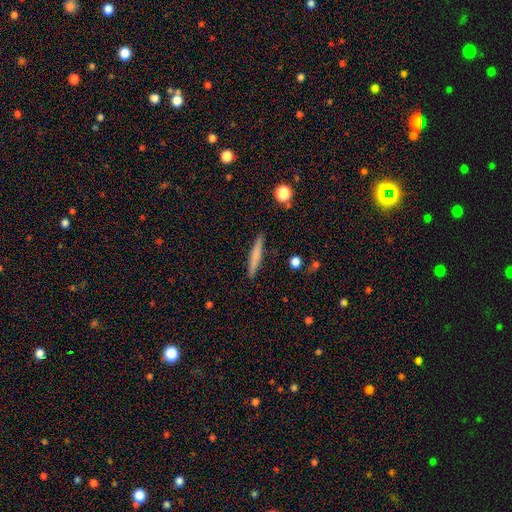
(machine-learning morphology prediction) smooth_or_featured: smooth (p=0.67) [alt: featured or disk p=0.27]
how_rounded: cigar-shaped (p=0.95) [alt: in between p=0.04]
merging: none (p=0.90) [alt: minor disturbance p=0.07]